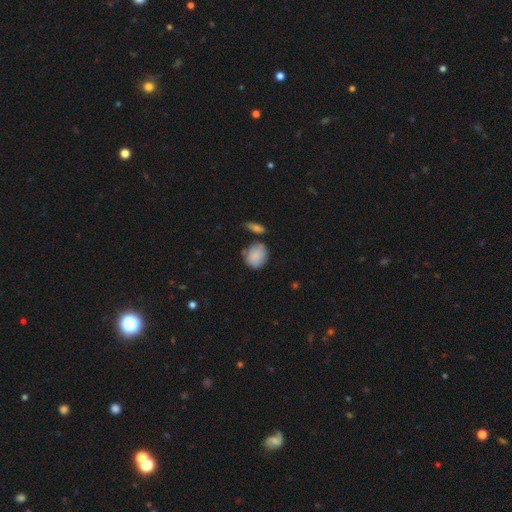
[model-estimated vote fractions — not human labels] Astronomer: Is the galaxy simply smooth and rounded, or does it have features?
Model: smooth — 86%.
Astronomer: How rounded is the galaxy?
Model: in between — 50% (runner-up: round, 48%).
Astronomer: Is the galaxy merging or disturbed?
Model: none — 60%.